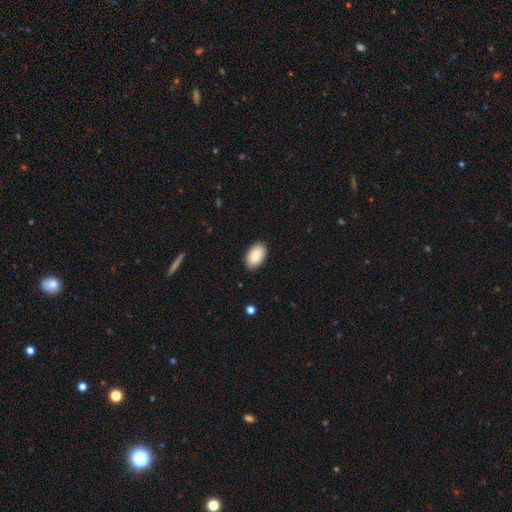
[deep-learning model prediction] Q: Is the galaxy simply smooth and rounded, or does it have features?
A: smooth — 90%.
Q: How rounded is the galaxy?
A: in between — 95%.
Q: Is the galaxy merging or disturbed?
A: none — 89%.